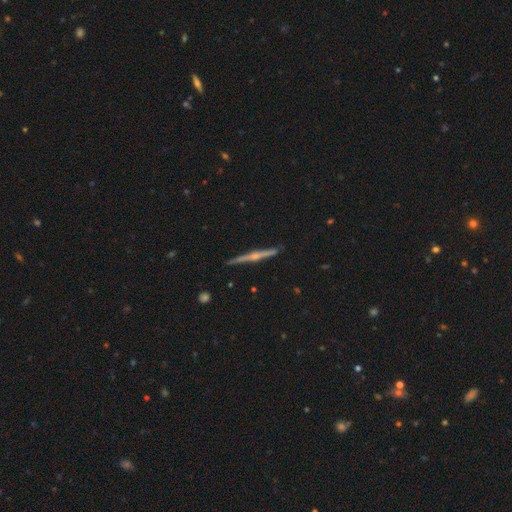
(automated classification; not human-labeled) smooth_or_featured: featured or disk (p=0.78) [alt: smooth p=0.16]
disk_edge_on: yes (p=0.98) [alt: no p=0.02]
edge_on_bulge: rounded (p=0.80) [alt: none p=0.14]
merging: none (p=0.90) [alt: minor disturbance p=0.07]